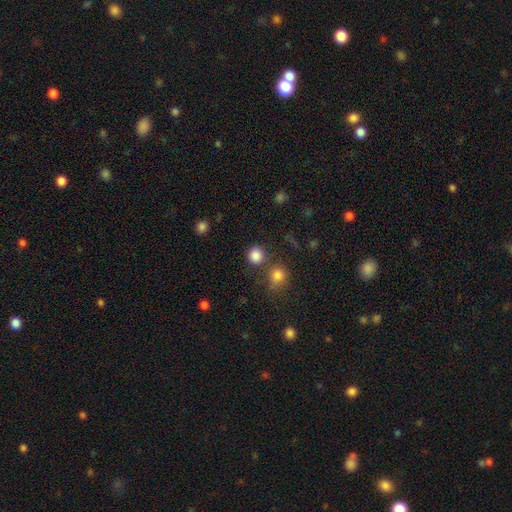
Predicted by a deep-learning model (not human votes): Smooth or featured? smooth (85%)
How rounded? round (86%)
Merging? none (75%)